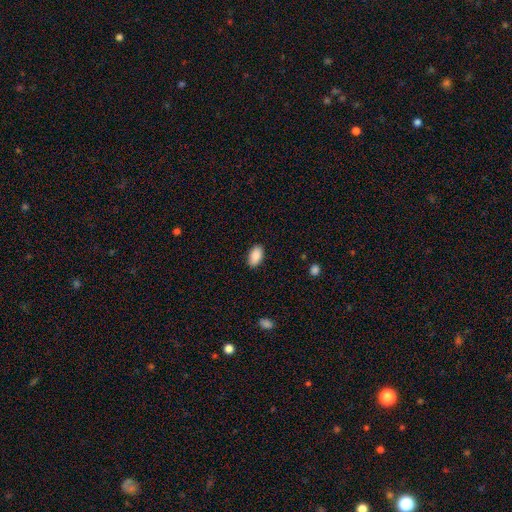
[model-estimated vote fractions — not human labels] Overall: smooth (89%). How rounded: in between (94%). Merging: none (86%).